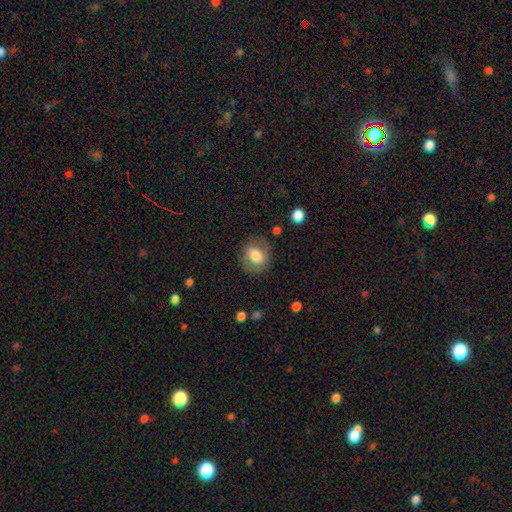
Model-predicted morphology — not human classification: smooth 60%, featured or disk 32%, star or artifact 8%. Down the decision tree: how rounded — round (53%); merging — none (73%).